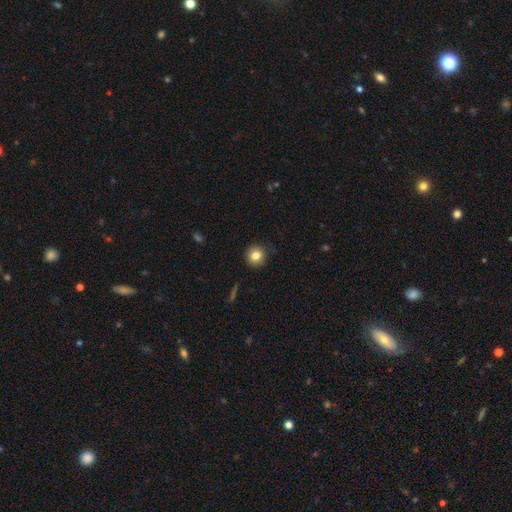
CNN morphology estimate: This appears to be a smooth galaxy with no disk features (82%) that is round (93%). Merging: none (90%).